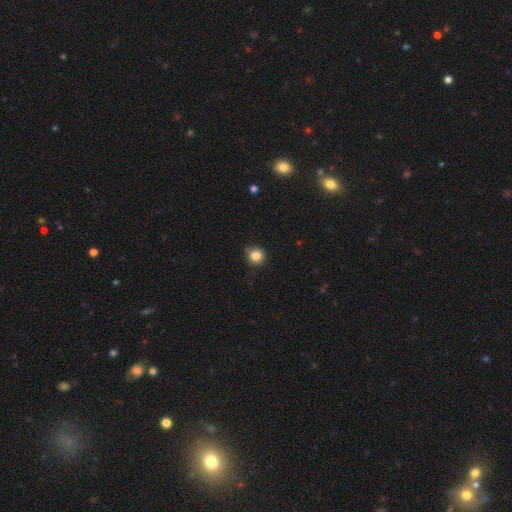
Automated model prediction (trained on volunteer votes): Smooth or featured?
  - smooth: 85% *
  - star or artifact: 11%
  - featured or disk: 4%
How rounded?
  - round: 91% *
  - in between: 8%
  - cigar-shaped: 1%
Merging?
  - none: 77% *
  - minor disturbance: 19%
  - major disturbance: 3%
  - merger: 2%